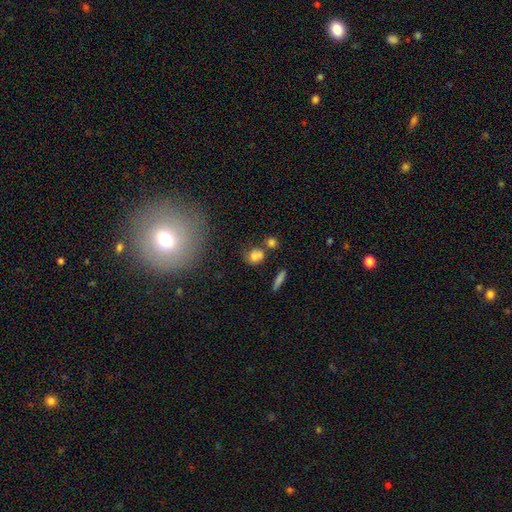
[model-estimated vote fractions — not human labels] This is likely a smooth galaxy (74%). How rounded: likely round (68%). Merging: possibly none (47%).